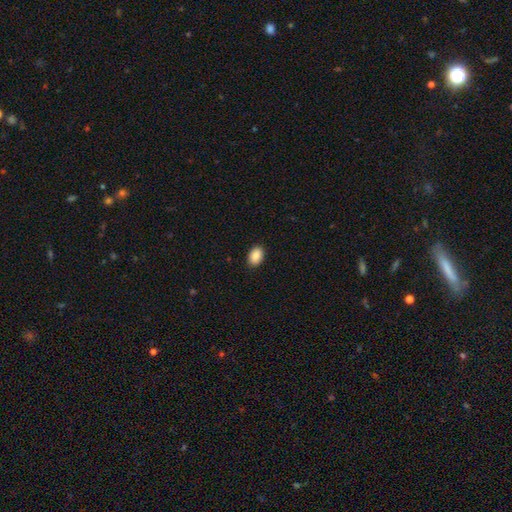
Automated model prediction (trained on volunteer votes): Morphology: type=smooth (88%); roundness=in between (84%); merging=none (90%).